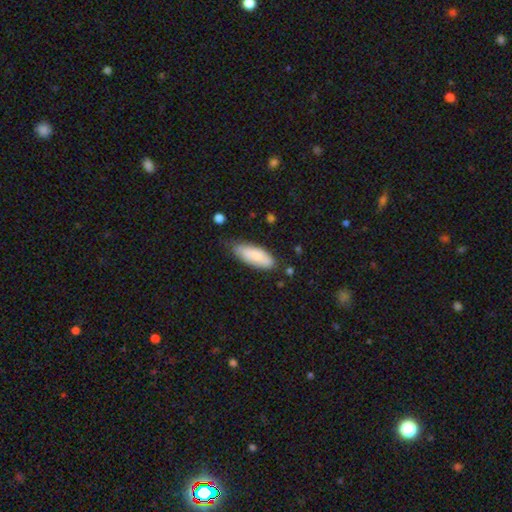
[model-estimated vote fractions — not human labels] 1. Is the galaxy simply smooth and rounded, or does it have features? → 80% smooth, 14% featured or disk, 6% star or artifact.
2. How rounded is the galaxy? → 73% in between, 26% cigar-shaped, 2% round.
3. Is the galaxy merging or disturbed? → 65% none, 28% minor disturbance, 5% major disturbance, 2% merger.